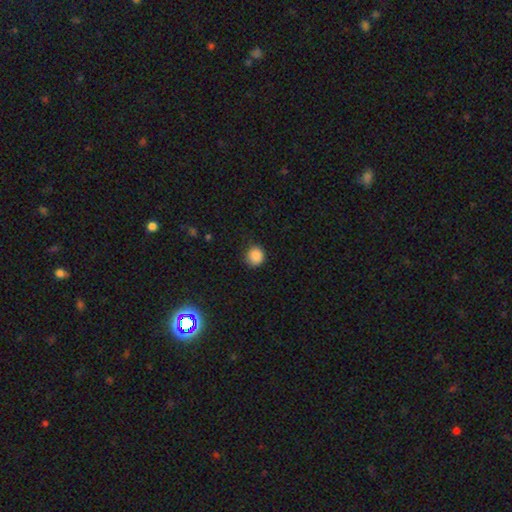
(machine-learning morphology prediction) type=smooth (87%); roundness=round (88%); merging=none (85%).